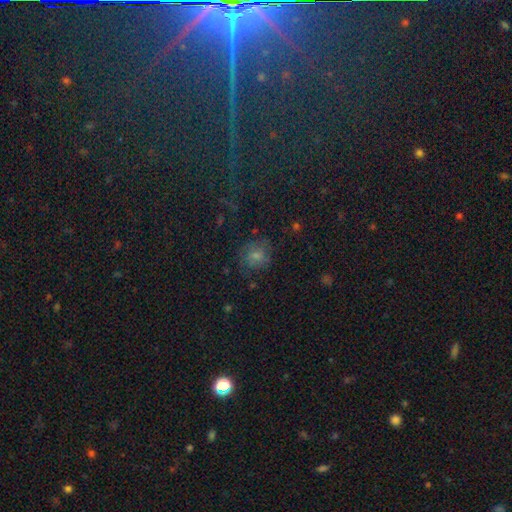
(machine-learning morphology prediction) smooth-or-featured: smooth: 66% | featured or disk: 17% | star or artifact: 17%
  how-rounded: round: 73% | in between: 26% | cigar-shaped: 1%
  merging: none: 67% | minor disturbance: 19% | major disturbance: 12% | merger: 2%